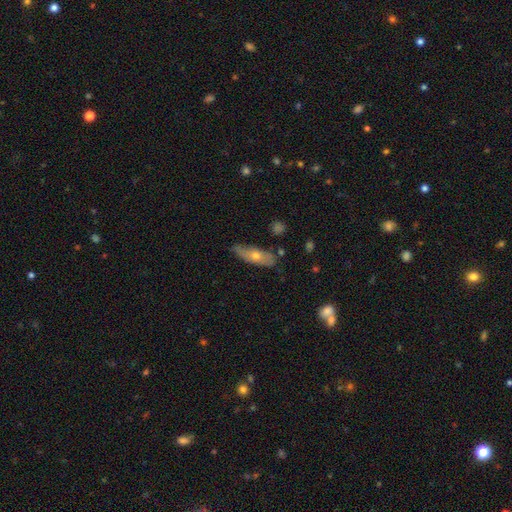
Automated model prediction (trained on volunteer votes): Morphology: type=smooth (49%); merging=none (70%).